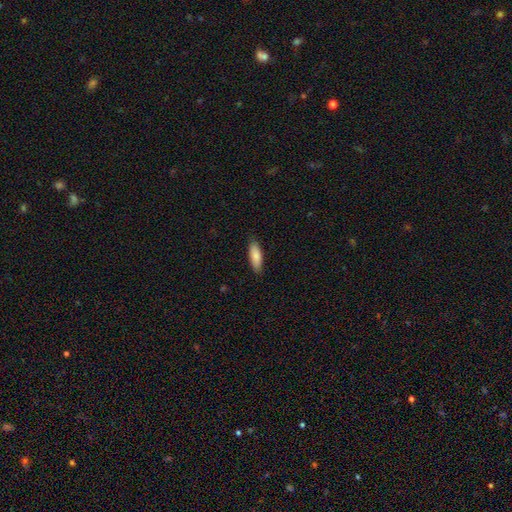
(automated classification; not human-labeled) This appears to be a smooth galaxy with no disk features (86%) that is in between round and cigar-shaped (57%). Merging: none (87%).